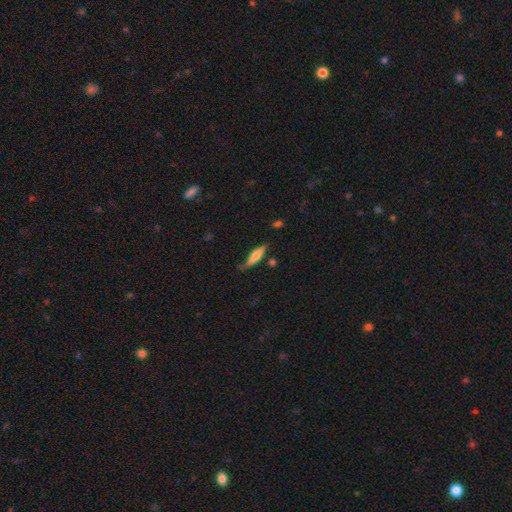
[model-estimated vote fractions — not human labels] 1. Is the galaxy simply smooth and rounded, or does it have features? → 66% smooth, 27% featured or disk, 6% star or artifact.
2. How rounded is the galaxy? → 71% cigar-shaped, 27% in between, 2% round.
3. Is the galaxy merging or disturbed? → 65% none, 25% minor disturbance, 6% major disturbance, 4% merger.